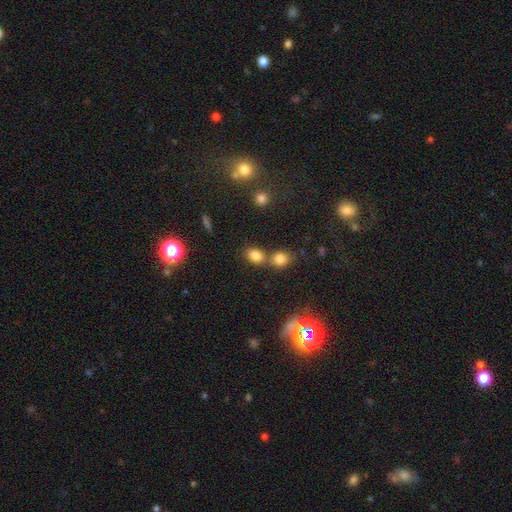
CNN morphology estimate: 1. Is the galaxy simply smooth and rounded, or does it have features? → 80% smooth, 14% star or artifact, 7% featured or disk.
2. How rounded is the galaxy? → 58% in between, 40% round, 2% cigar-shaped.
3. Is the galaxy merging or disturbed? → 48% none, 39% merger, 9% minor disturbance, 4% major disturbance.